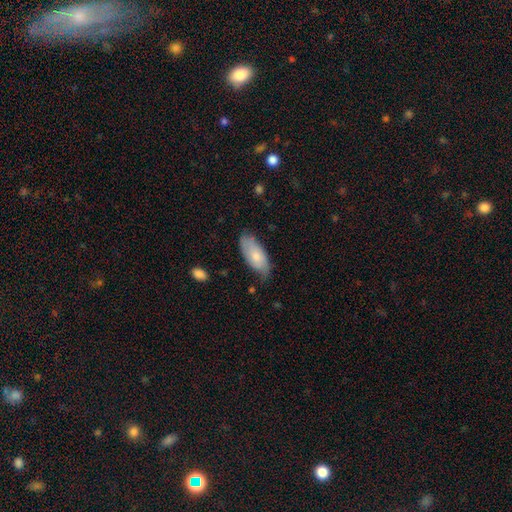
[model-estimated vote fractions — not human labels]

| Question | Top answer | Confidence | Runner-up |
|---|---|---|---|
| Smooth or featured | smooth | 72% | featured or disk (22%) |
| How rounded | in between | 87% | cigar-shaped (11%) |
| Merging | none | 66% | minor disturbance (28%) |